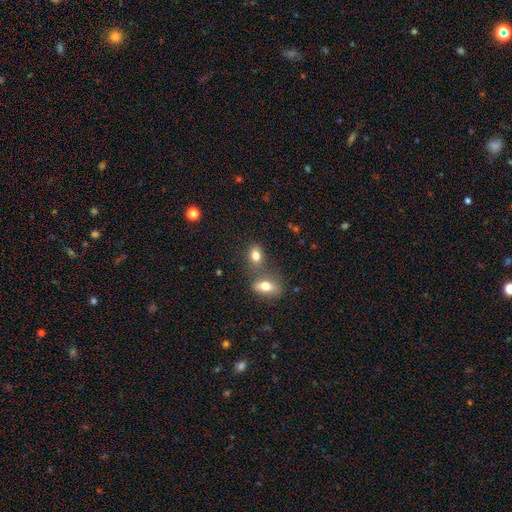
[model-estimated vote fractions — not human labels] smooth 79%, featured or disk 11%, star or artifact 10%. Down the decision tree: how rounded — in between (76%); merging — none (52%).